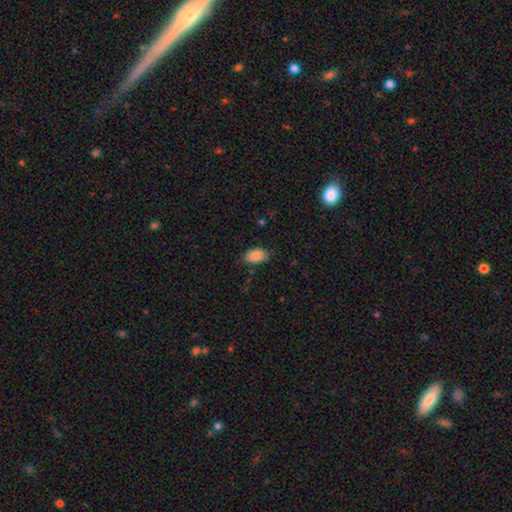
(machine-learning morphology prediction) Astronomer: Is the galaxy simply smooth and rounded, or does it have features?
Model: smooth — 89%.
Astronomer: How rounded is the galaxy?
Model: in between — 93%.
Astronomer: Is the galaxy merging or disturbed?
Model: none — 78%.